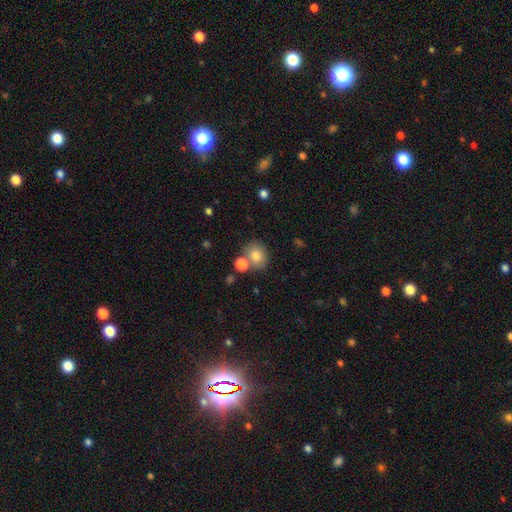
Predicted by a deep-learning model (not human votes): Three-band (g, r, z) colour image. It shows a smooth galaxy with no disk features (80%) that is round (69%). Merging: none (63%).